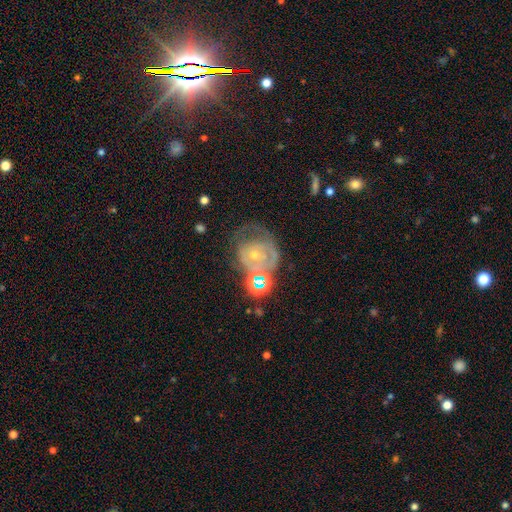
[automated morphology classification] smooth_or_featured: featured or disk (p=0.64) [alt: smooth p=0.22]
disk_edge_on: no (p=0.97) [alt: yes p=0.03]
bar: no (p=0.78) [alt: weak p=0.17]
has_spiral_arms: yes (p=0.65) [alt: no p=0.35]
bulge_size: small (p=0.57) [alt: moderate p=0.37]
merging: none (p=0.36) [alt: major disturbance p=0.27]